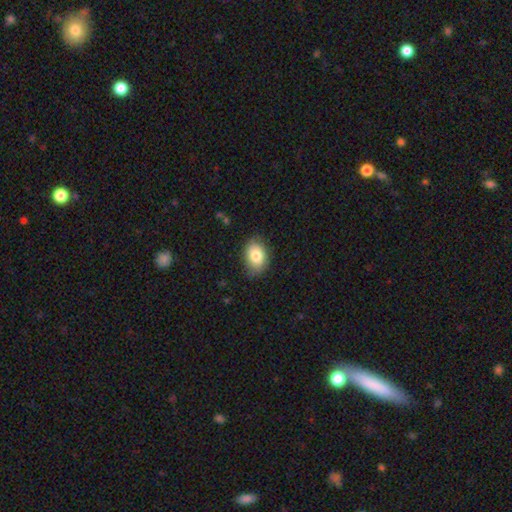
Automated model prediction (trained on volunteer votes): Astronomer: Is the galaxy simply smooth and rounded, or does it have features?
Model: smooth — 82%.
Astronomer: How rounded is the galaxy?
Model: in between — 81%.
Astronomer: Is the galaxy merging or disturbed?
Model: none — 80%.